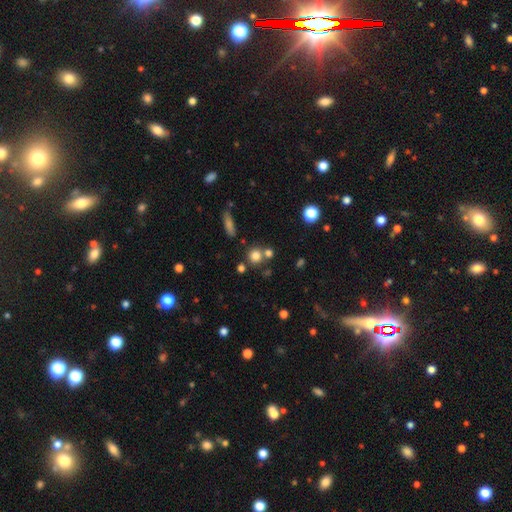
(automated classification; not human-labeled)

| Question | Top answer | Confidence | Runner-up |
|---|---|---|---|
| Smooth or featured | smooth | 77% | star or artifact (14%) |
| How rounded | round | 89% | in between (10%) |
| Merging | none | 66% | merger (23%) |